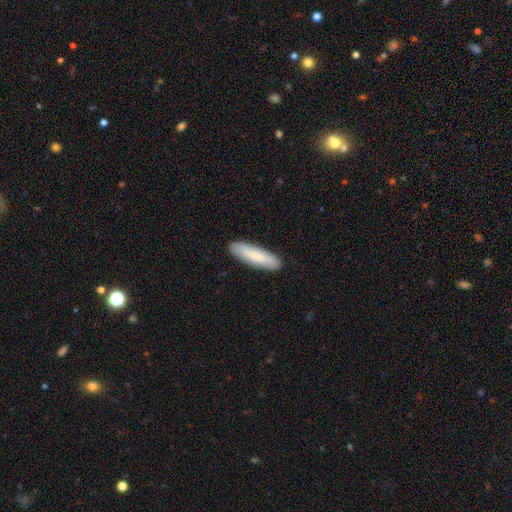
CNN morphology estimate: The model was most divided on "how rounded": cigar-shaped: 70%, in between: 29%, round: 1%. More confident: merging — none (89%); smooth or featured — smooth (78%).